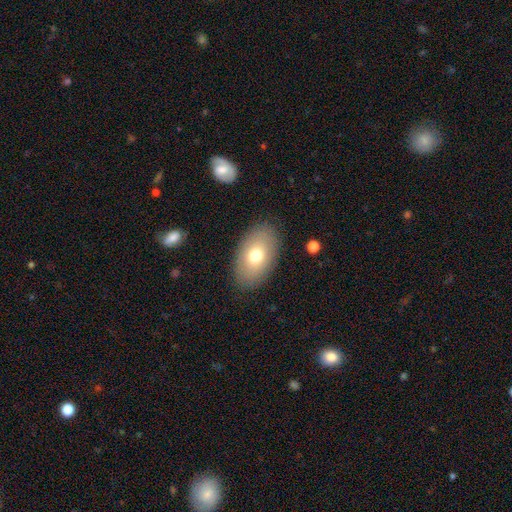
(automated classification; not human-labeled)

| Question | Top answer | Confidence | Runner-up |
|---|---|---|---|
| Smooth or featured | smooth | 72% | featured or disk (20%) |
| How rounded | in between | 92% | round (7%) |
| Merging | none | 86% | minor disturbance (10%) |